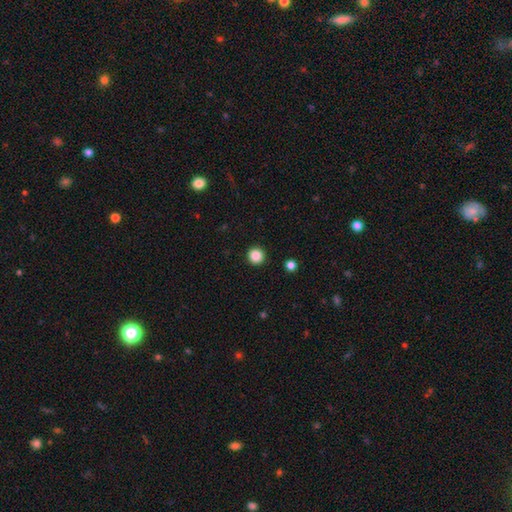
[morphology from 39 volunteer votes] Q: Smooth or featured?
A: smooth (92%); runner-up: star or artifact (5%)
Q: How rounded?
A: round (97%); runner-up: in between (3%)
Q: Merging?
A: none (86%); runner-up: minor disturbance (5%)